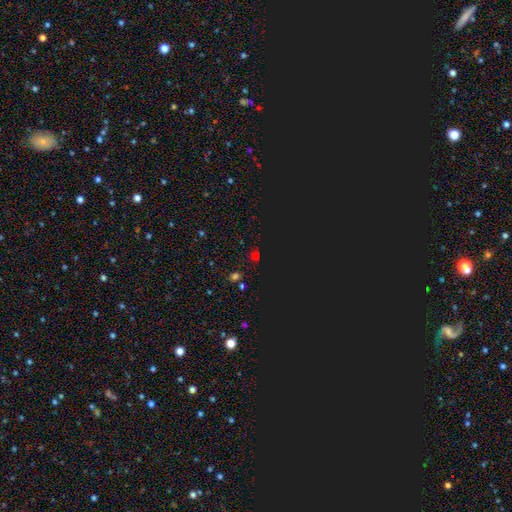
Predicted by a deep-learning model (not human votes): This appears to be a star or artifact, not a galaxy (63%).